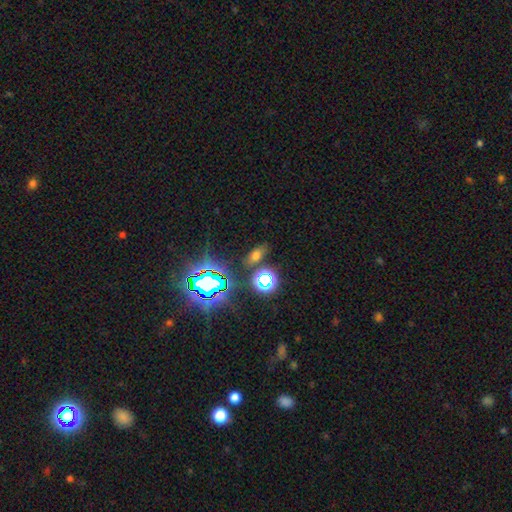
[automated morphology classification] smooth_or_featured: smooth (p=0.52) [alt: star or artifact p=0.36]
how_rounded: in between (p=0.75) [alt: round p=0.15]
merging: none (p=0.77) [alt: minor disturbance p=0.12]